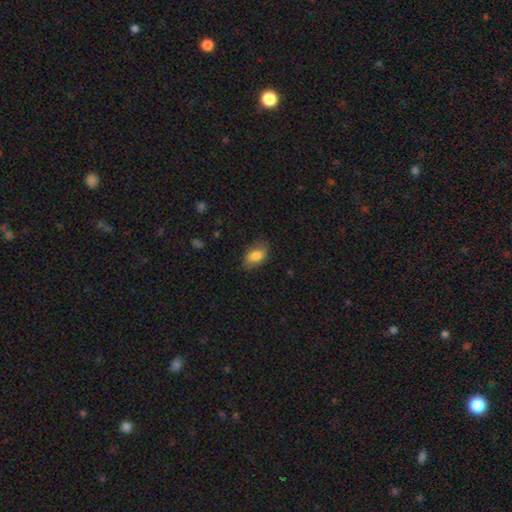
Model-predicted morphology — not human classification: Q: Smooth or featured?
A: smooth (79%); runner-up: featured or disk (14%)
Q: How rounded?
A: in between (90%); runner-up: round (7%)
Q: Merging?
A: none (77%); runner-up: minor disturbance (17%)